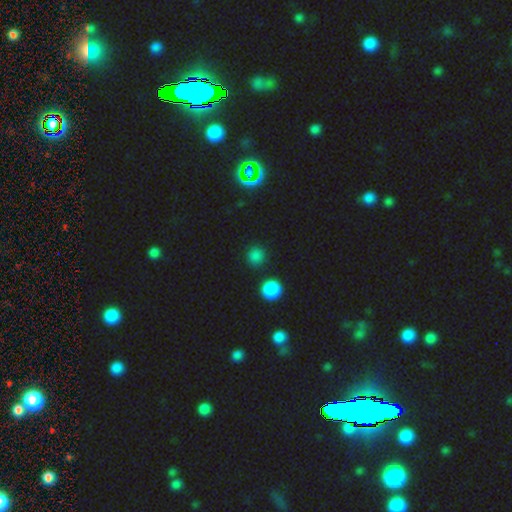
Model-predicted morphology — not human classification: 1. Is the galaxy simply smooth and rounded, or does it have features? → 77% smooth, 19% star or artifact, 4% featured or disk.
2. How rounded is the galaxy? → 93% round, 6% in between, 1% cigar-shaped.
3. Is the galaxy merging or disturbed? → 87% none, 7% minor disturbance, 4% merger, 3% major disturbance.